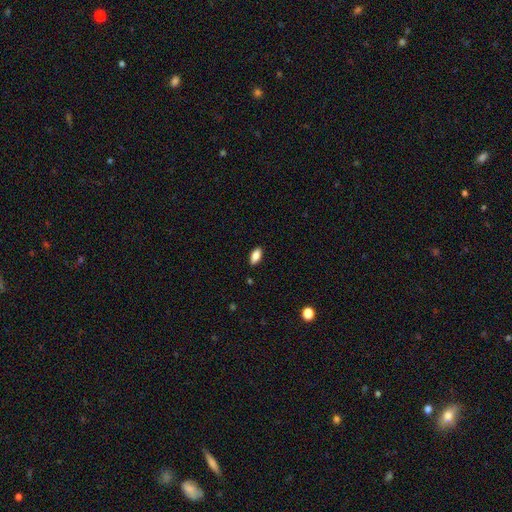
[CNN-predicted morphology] type=smooth (85%); roundness=in between (88%); merging=none (88%).